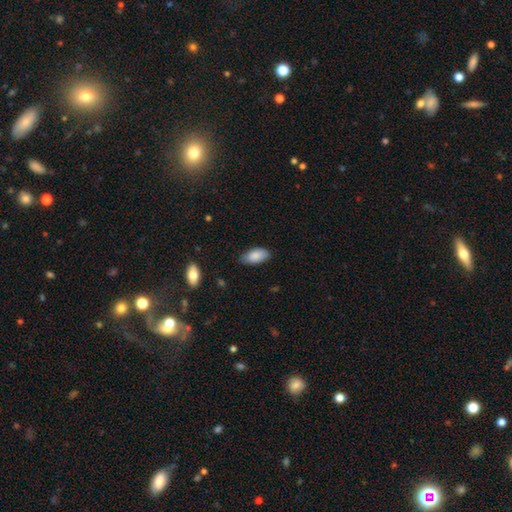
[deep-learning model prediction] This appears to be a smooth galaxy with no disk features (87%) that is in between round and cigar-shaped (93%). Merging: none (75%).